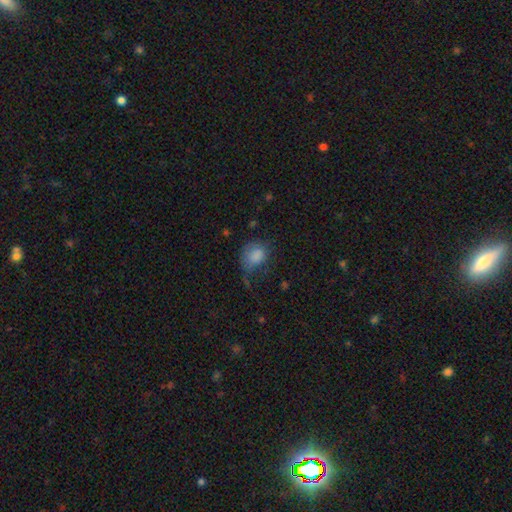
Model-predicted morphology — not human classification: smooth_or_featured: smooth (p=0.78) [alt: featured or disk p=0.12]
how_rounded: in between (p=0.54) [alt: round p=0.45]
merging: major disturbance (p=0.36) [alt: none p=0.31]